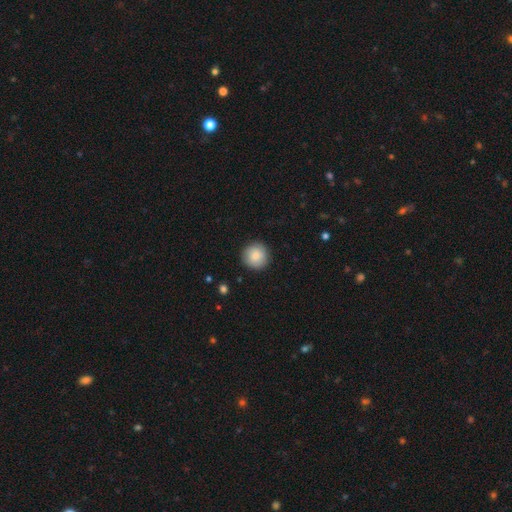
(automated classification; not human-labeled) Smooth or featured? smooth (82%)
How rounded? round (95%)
Merging? none (90%)